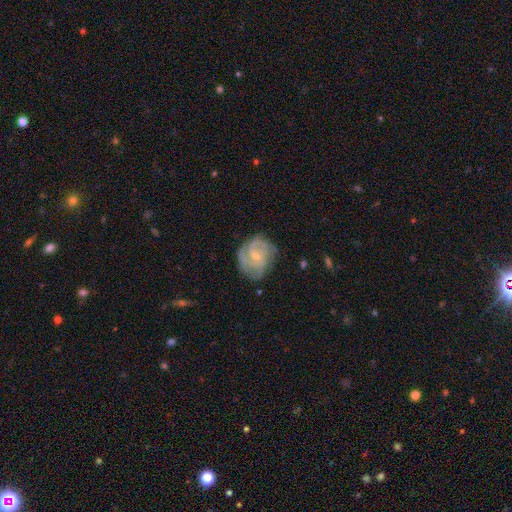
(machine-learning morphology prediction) Smooth or featured?
  - featured or disk: 77% *
  - smooth: 17%
  - star or artifact: 6%
Edge-on disk?
  - no: 98% *
  - yes: 2%
Bar?
  - no: 56% *
  - weak: 38%
  - strong: 6%
Spiral arms?
  - yes: 93% *
  - no: 7%
Spiral winding?
  - tight: 47% *
  - medium: 41%
  - loose: 13%
Spiral arm count?
  - 2: 30% * (tied)
  - 3: 30% * (tied)
  - can't tell: 24%
  - 4: 6%
  - 1: 5%
  - more than 4: 4%
Bulge size?
  - small: 67% *
  - moderate: 29%
  - none: 3%
  - large: 1%
  - dominant: 1%
Merging?
  - none: 64% *
  - minor disturbance: 24%
  - major disturbance: 10%
  - merger: 2%